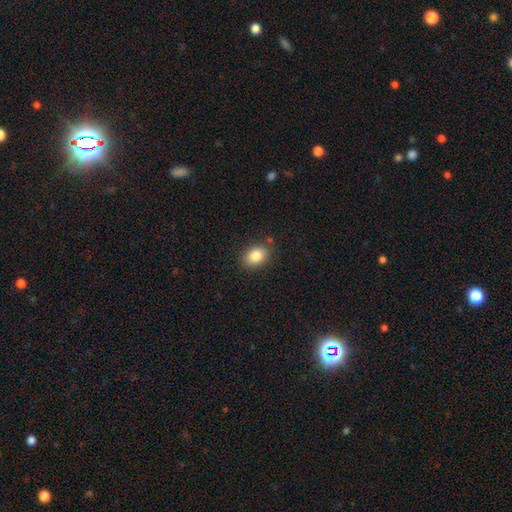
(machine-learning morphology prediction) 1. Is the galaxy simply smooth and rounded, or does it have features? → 84% smooth, 9% star or artifact, 7% featured or disk.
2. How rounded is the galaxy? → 72% in between, 27% round, 1% cigar-shaped.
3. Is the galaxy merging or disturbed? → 84% none, 11% minor disturbance, 3% major disturbance, 2% merger.